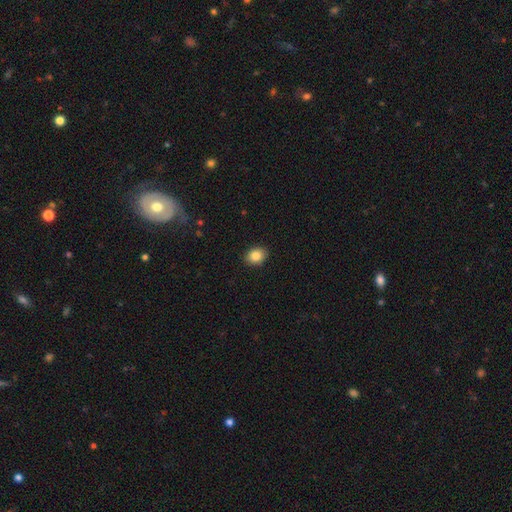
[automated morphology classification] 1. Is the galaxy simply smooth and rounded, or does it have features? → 86% smooth, 8% star or artifact, 6% featured or disk.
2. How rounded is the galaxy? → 59% in between, 40% round, 1% cigar-shaped.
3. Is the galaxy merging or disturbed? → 90% none, 7% minor disturbance, 2% major disturbance, 1% merger.